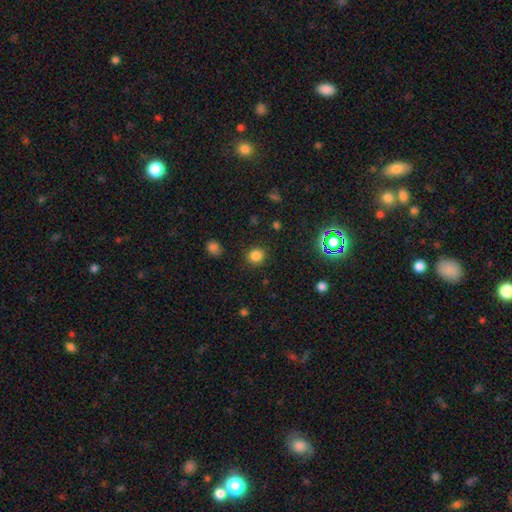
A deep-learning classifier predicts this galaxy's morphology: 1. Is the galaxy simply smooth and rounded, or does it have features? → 81% smooth, 15% star or artifact, 4% featured or disk.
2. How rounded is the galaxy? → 91% round, 8% in between, 1% cigar-shaped.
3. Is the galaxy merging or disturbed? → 90% none, 6% minor disturbance, 3% major disturbance, 1% merger.